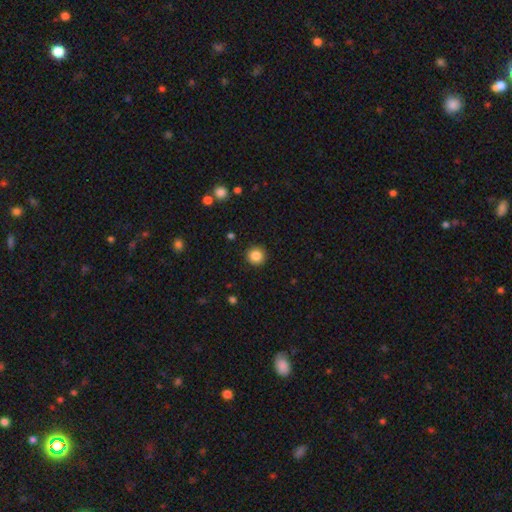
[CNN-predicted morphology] Q: Smooth or featured?
A: smooth (85%); runner-up: star or artifact (10%)
Q: How rounded?
A: round (95%); runner-up: in between (4%)
Q: Merging?
A: none (92%); runner-up: minor disturbance (5%)